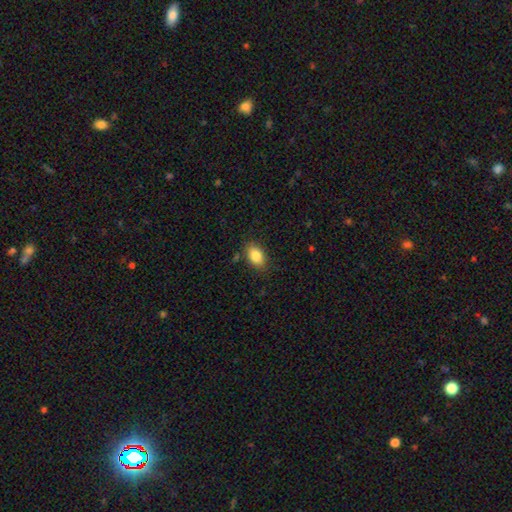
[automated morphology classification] A smooth galaxy with no disk features (85%) that is in between round and cigar-shaped (85%).

Vote fractions:
- Smooth or featured? smooth: 85% / star or artifact: 8% / featured or disk: 7%
- How rounded? in between: 85% / round: 14% / cigar-shaped: 2%
- Merging? none: 82% / minor disturbance: 13% / major disturbance: 3% / merger: 2%